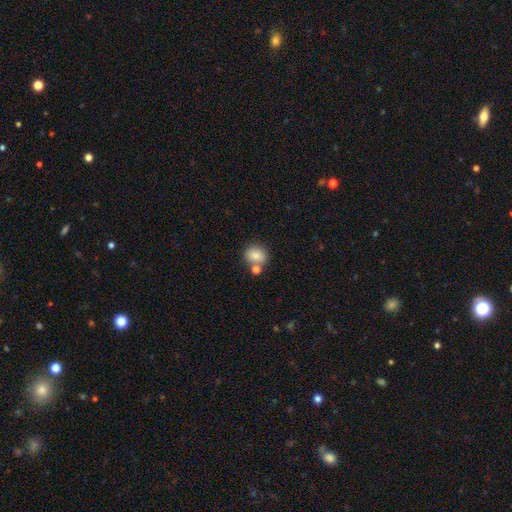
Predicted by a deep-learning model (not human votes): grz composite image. It shows a smooth galaxy with no disk features (83%) that is round (61%). Merging: none (58%).